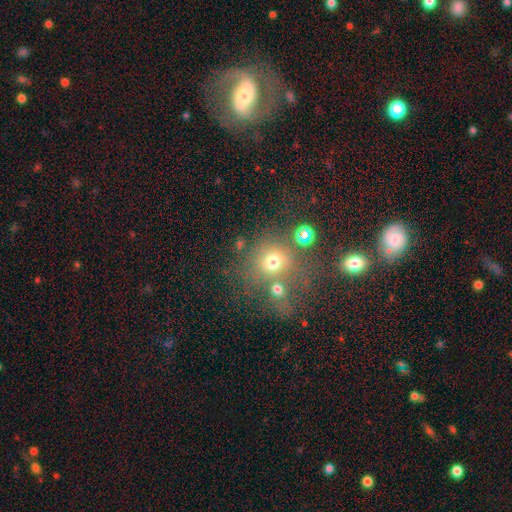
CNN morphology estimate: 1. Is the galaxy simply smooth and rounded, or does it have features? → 52% smooth, 28% star or artifact, 20% featured or disk.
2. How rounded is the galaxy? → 81% round, 17% in between, 1% cigar-shaped.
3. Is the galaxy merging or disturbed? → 59% none, 19% merger, 14% minor disturbance, 9% major disturbance.